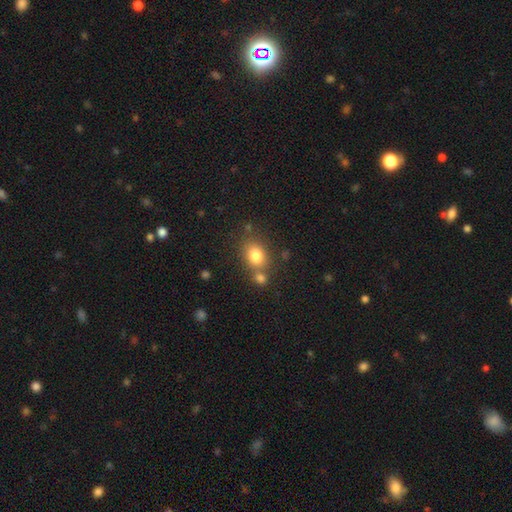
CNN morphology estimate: smooth_or_featured: smooth (p=0.80) [alt: star or artifact p=0.10]
how_rounded: in between (p=0.59) [alt: round p=0.39]
merging: none (p=0.58) [alt: merger p=0.25]